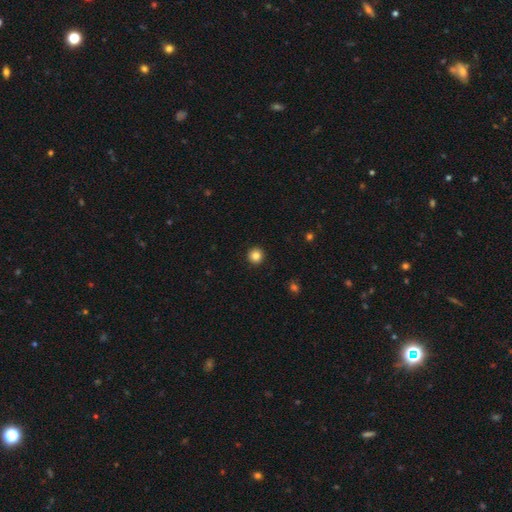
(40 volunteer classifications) smooth 85%, star or artifact 12%, featured or disk 2%. Down the decision tree: how rounded — round (100%); merging — none (100%).